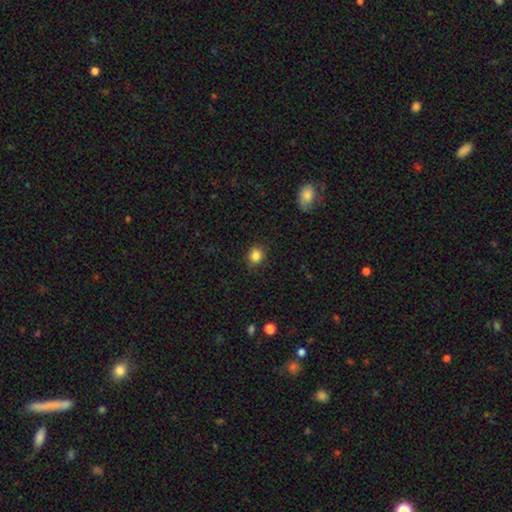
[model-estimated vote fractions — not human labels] Morphology: type=smooth (85%); roundness=round (72%); merging=none (88%).